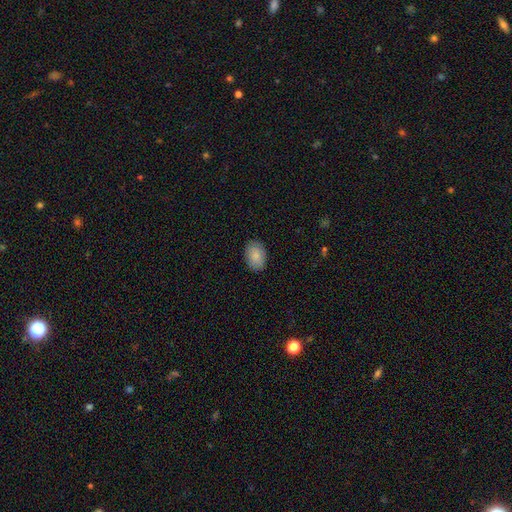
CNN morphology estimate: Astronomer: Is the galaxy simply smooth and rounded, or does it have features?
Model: smooth — 86%.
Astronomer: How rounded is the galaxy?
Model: in between — 86%.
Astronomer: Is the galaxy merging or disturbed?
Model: none — 89%.